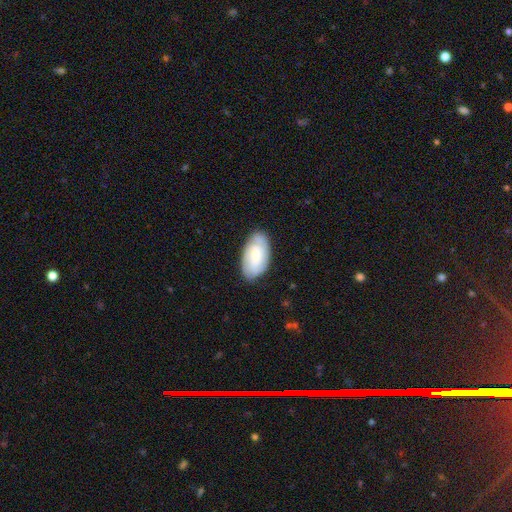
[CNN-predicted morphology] Smooth or featured?
  - featured or disk: 49% *
  - smooth: 44%
  - star or artifact: 6%
Merging?
  - none: 80% *
  - minor disturbance: 16%
  - major disturbance: 3%
  - merger: 1%